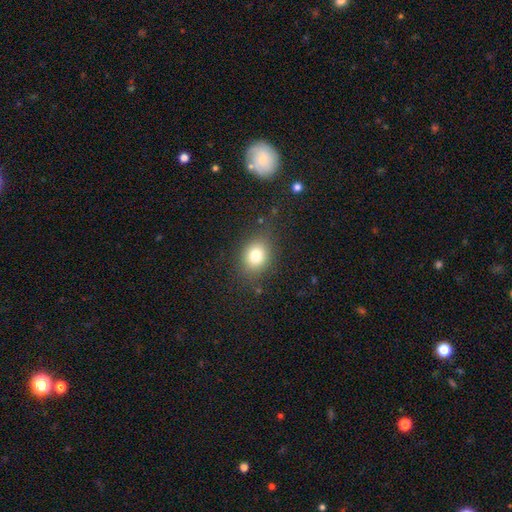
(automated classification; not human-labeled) Smooth or featured?
  - smooth: 77% *
  - star or artifact: 13%
  - featured or disk: 10%
How rounded?
  - round: 52% *
  - in between: 47%
  - cigar-shaped: 1%
Merging?
  - none: 81% *
  - minor disturbance: 12%
  - major disturbance: 5%
  - merger: 2%